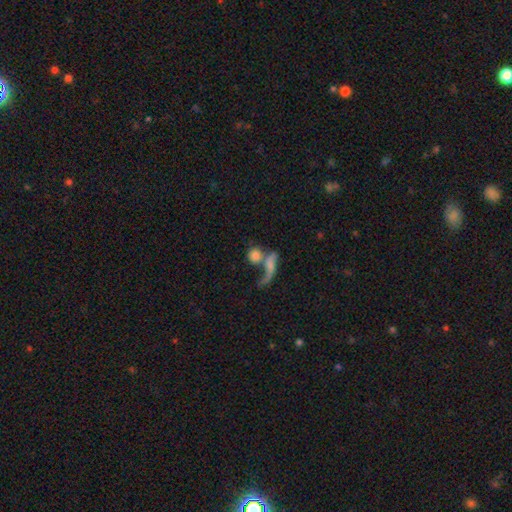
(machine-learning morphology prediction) Smooth or featured?
  - smooth: 65% *
  - featured or disk: 25%
  - star or artifact: 10%
How rounded?
  - round: 69% *
  - in between: 25%
  - cigar-shaped: 7%
Merging?
  - merger: 49% *
  - none: 27%
  - major disturbance: 15%
  - minor disturbance: 9%